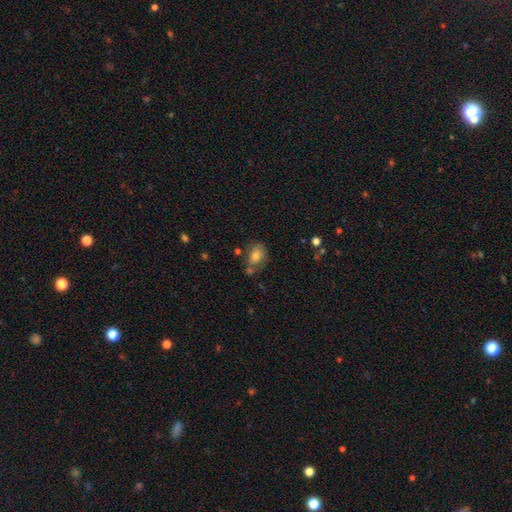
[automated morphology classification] The model was most divided on "how rounded": in between: 67%, round: 32%, cigar-shaped: 1%. More confident: smooth or featured — smooth (75%); merging — none (59%).